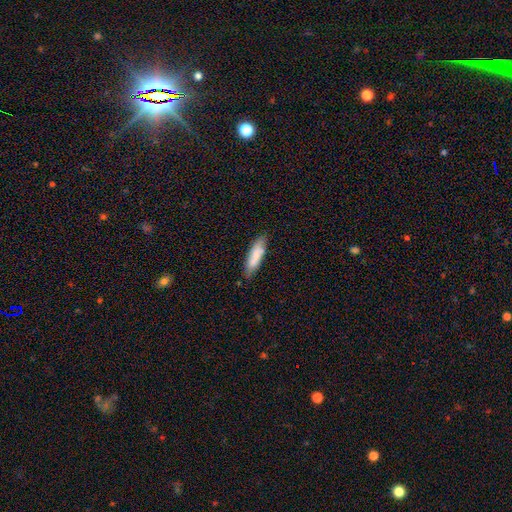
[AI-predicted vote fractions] Smooth or featured: smooth — 80% (featured or disk — 14%)
How rounded: cigar-shaped — 63% (in between — 35%)
Merging: none — 76% (minor disturbance — 19%)